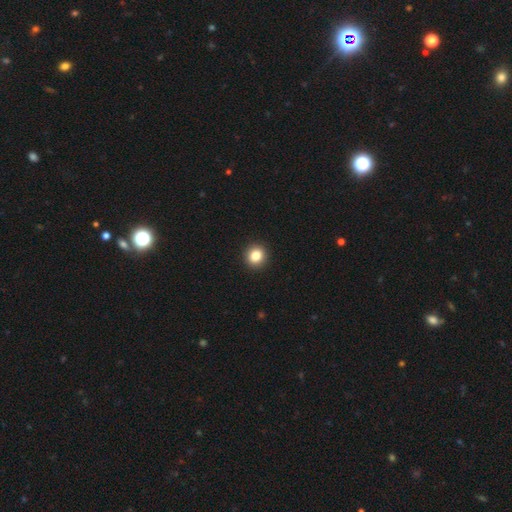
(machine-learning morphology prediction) Smooth or featured?
  - smooth: 84% *
  - star or artifact: 10%
  - featured or disk: 5%
How rounded?
  - round: 88% *
  - in between: 11%
  - cigar-shaped: 1%
Merging?
  - none: 93% *
  - minor disturbance: 4%
  - major disturbance: 1%
  - merger: 1%